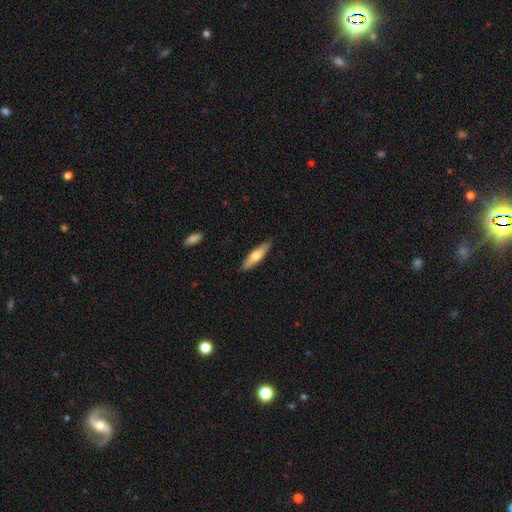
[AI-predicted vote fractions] Smooth or featured: smooth — 59% (featured or disk — 36%)
How rounded: cigar-shaped — 73% (in between — 25%)
Merging: none — 89% (minor disturbance — 9%)